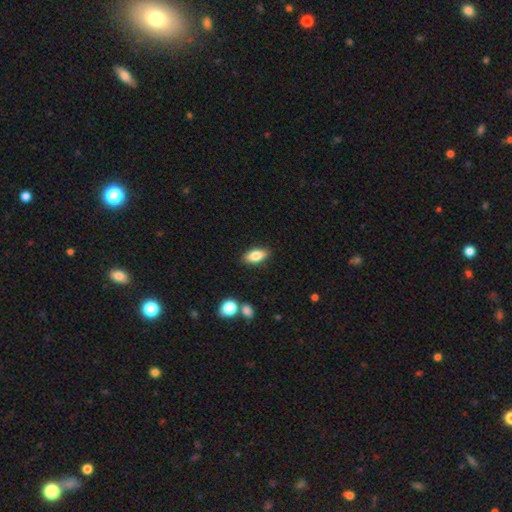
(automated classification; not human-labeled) Smooth or featured: smooth — 80% (featured or disk — 13%)
How rounded: in between — 87% (cigar-shaped — 10%)
Merging: none — 87% (minor disturbance — 9%)